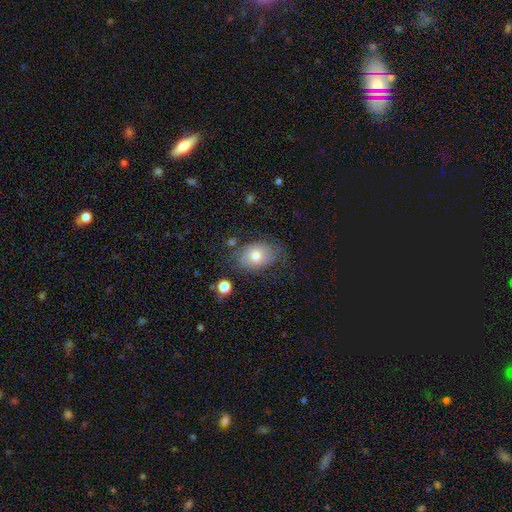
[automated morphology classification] smooth-or-featured: smooth: 70% | featured or disk: 20% | star or artifact: 9%
  how-rounded: in between: 75% | round: 24% | cigar-shaped: 1%
  merging: none: 65% | minor disturbance: 23% | major disturbance: 9% | merger: 3%